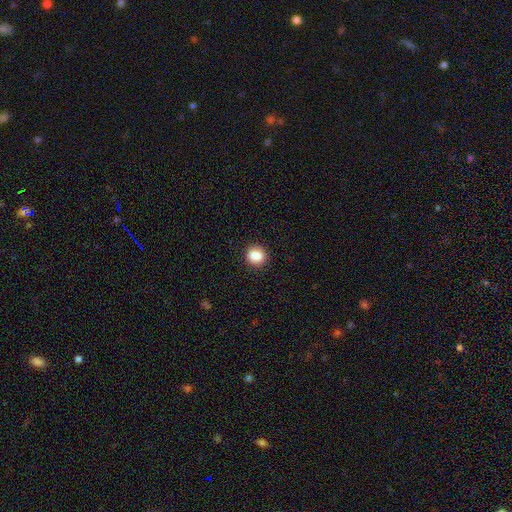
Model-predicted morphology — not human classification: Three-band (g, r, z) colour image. It shows a smooth galaxy with no disk features (87%) that is round (72%). Merging: none (89%).